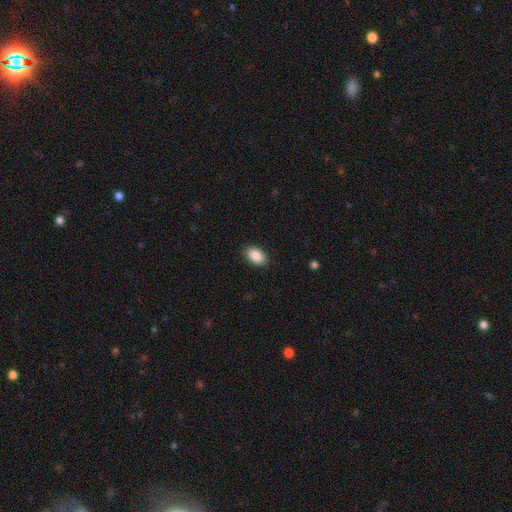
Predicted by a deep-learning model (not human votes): This appears to be a smooth galaxy with no disk features (89%) that is in between round and cigar-shaped (90%). Merging: none (89%).